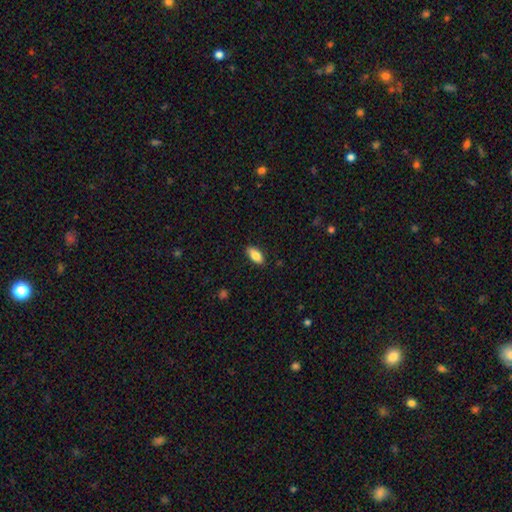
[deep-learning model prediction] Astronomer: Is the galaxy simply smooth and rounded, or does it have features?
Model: smooth — 84%.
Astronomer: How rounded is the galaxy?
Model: in between — 86%.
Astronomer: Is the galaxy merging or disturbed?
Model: none — 87%.